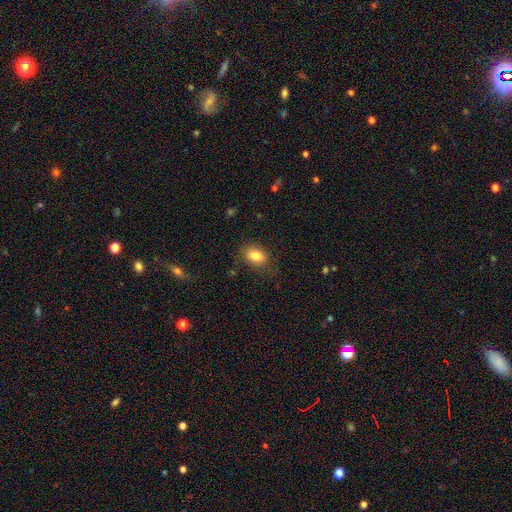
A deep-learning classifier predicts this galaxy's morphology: smooth_or_featured: smooth (p=0.83) [alt: star or artifact p=0.09]
how_rounded: in between (p=0.75) [alt: round p=0.24]
merging: none (p=0.78) [alt: minor disturbance p=0.16]